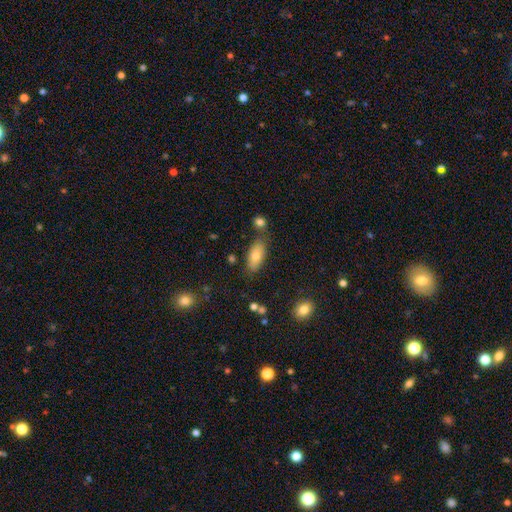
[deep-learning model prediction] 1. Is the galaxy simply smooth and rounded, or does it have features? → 76% smooth, 16% featured or disk, 8% star or artifact.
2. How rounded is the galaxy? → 85% in between, 12% cigar-shaped, 3% round.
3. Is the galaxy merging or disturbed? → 75% none, 14% minor disturbance, 7% merger, 3% major disturbance.